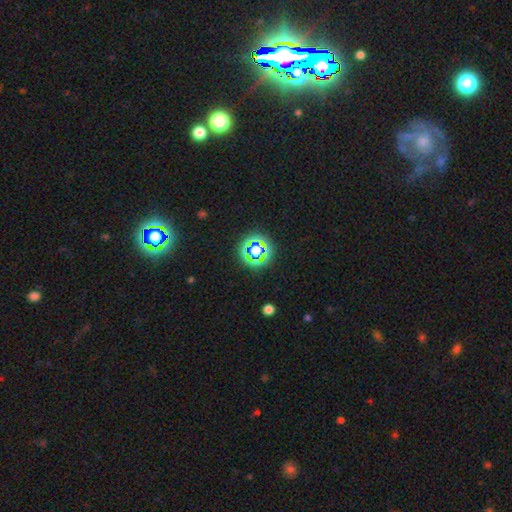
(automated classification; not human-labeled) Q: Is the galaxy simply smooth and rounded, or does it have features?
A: star or artifact — 64%.